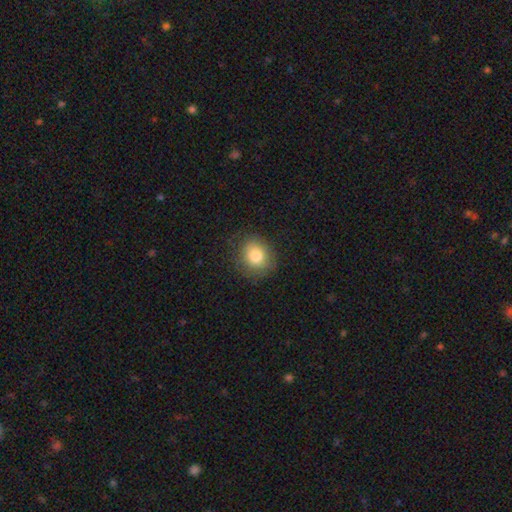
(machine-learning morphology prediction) Smooth or featured?
  - smooth: 81% *
  - featured or disk: 9%
  - star or artifact: 9%
How rounded?
  - round: 77% *
  - in between: 22%
  - cigar-shaped: 1%
Merging?
  - none: 80% *
  - minor disturbance: 14%
  - major disturbance: 5%
  - merger: 1%